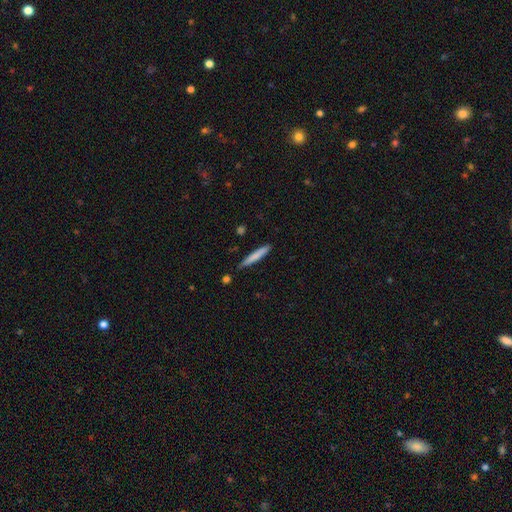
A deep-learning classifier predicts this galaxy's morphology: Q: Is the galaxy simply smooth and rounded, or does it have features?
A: smooth — 76%.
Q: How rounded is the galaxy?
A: cigar-shaped — 94%.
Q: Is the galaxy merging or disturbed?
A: none — 83%.